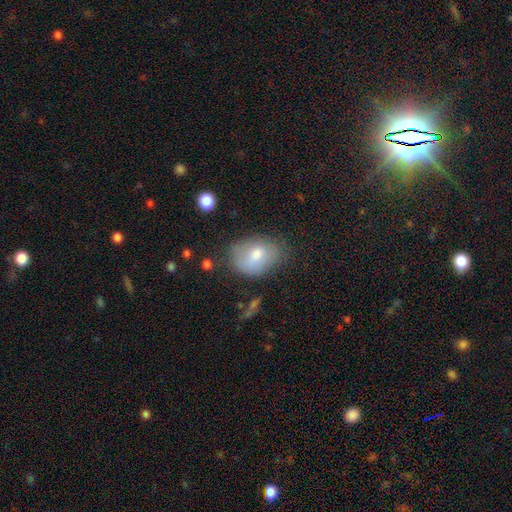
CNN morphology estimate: Q: Smooth or featured?
A: smooth (73%); runner-up: featured or disk (19%)
Q: How rounded?
A: in between (79%); runner-up: round (20%)
Q: Merging?
A: none (58%); runner-up: minor disturbance (28%)